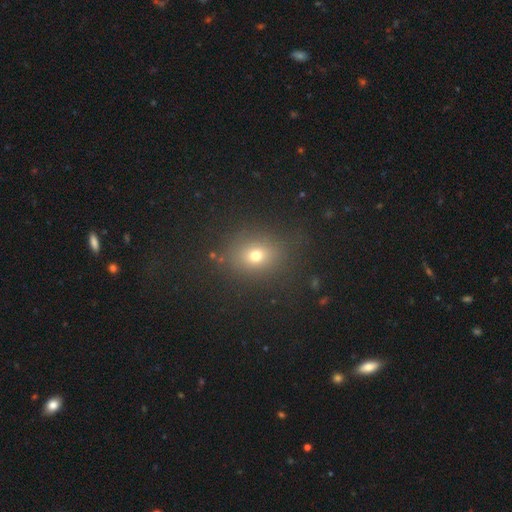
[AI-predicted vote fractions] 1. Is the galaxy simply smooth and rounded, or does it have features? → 71% smooth, 19% star or artifact, 10% featured or disk.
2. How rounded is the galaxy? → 59% round, 40% in between, 1% cigar-shaped.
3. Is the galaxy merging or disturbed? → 81% none, 11% minor disturbance, 6% major disturbance, 2% merger.